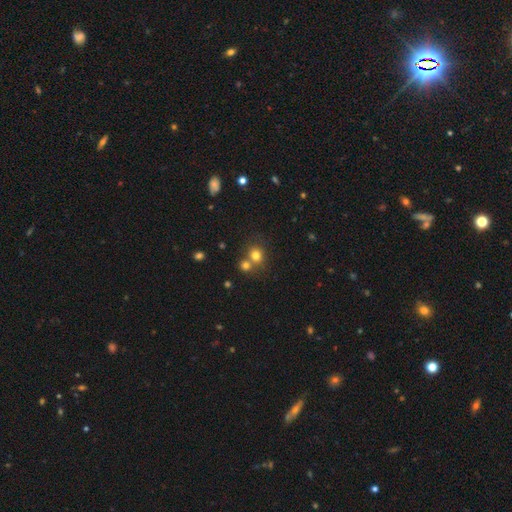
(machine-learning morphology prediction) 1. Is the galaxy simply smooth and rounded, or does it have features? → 75% smooth, 16% star or artifact, 9% featured or disk.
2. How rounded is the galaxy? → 81% round, 18% in between, 1% cigar-shaped.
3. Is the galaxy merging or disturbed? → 54% none, 36% merger, 7% minor disturbance, 3% major disturbance.